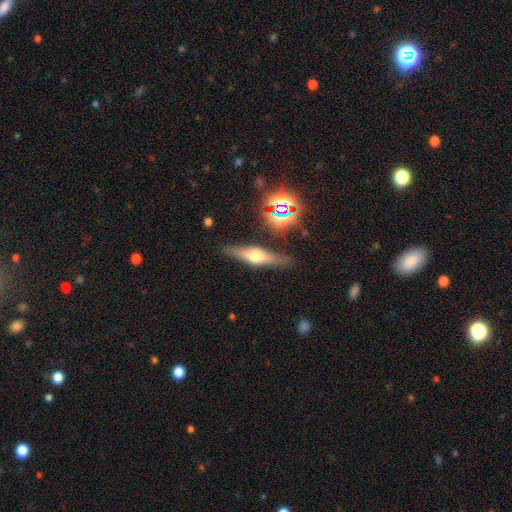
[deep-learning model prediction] A featured or disk galaxy (58%) viewed edge-on (92%) with a rounded central bulge (91%).

Vote fractions:
- Smooth or featured? featured or disk: 58% / smooth: 32% / star or artifact: 10%
- Edge-on disk? yes: 92% / no: 8%
- Edge-on bulge? rounded: 91% / boxy: 6% / none: 3%
- Merging? none: 84% / minor disturbance: 11% / major disturbance: 3% / merger: 3%